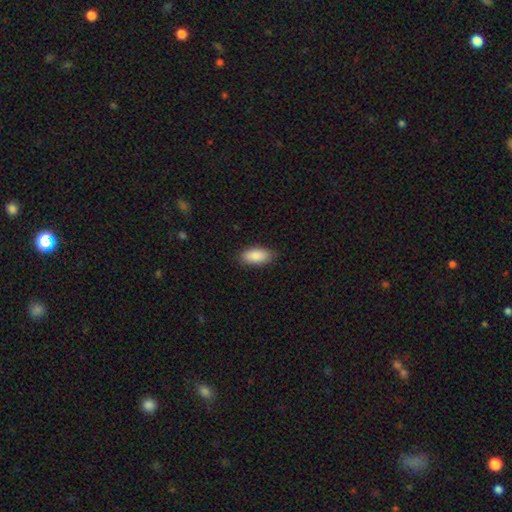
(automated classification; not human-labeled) The model was most divided on "merging": none: 86%, minor disturbance: 11%, major disturbance: 2%, merger: 1%. More confident: how rounded — in between (92%); smooth or featured — smooth (89%).